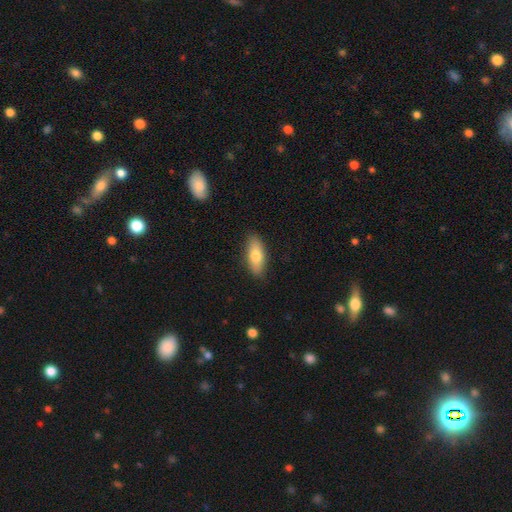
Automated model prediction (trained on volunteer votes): Smooth or featured? Predicted: smooth (p=0.74). How rounded? Predicted: in between (p=0.74). Merging? Predicted: none (p=0.86).